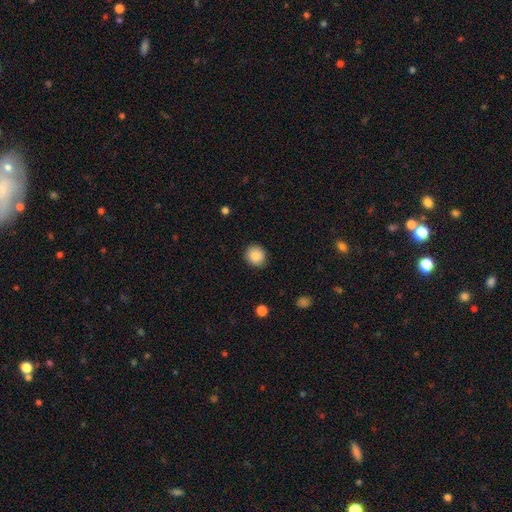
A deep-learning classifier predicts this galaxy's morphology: A smooth galaxy with no disk features (88%) that is round (87%).

Vote fractions:
- Smooth or featured? smooth: 88% / star or artifact: 8% / featured or disk: 4%
- How rounded? round: 87% / in between: 12% / cigar-shaped: 1%
- Merging? none: 87% / minor disturbance: 9% / major disturbance: 2% / merger: 1%